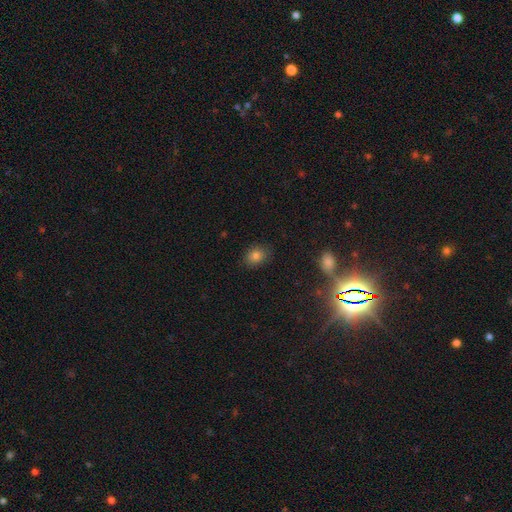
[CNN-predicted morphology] Smooth or featured? Predicted: smooth (p=0.80). How rounded? Predicted: round (p=0.53). Merging? Predicted: none (p=0.85).